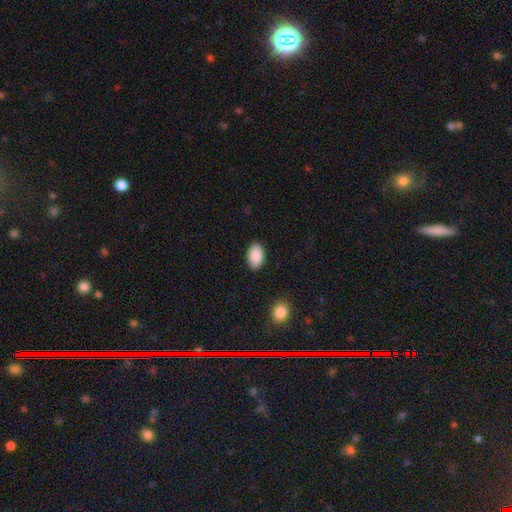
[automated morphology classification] A smooth galaxy with no disk features (90%) that is in between round and cigar-shaped (93%).

Vote fractions:
- Smooth or featured? smooth: 90% / star or artifact: 6% / featured or disk: 4%
- How rounded? in between: 93% / round: 6% / cigar-shaped: 1%
- Merging? none: 89% / minor disturbance: 8% / major disturbance: 2% / merger: 1%